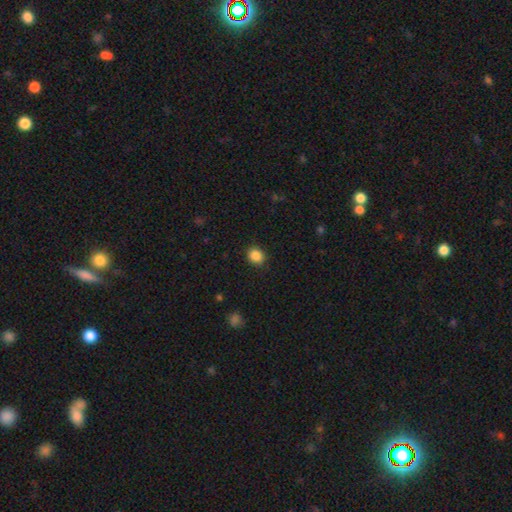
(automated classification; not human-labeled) A smooth galaxy with no disk features (87%) that is round (67%). Merging: none (90%).